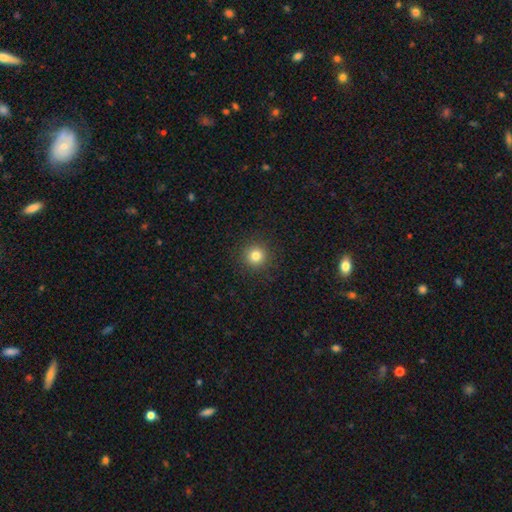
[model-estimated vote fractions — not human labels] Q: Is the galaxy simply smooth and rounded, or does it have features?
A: smooth — 81%.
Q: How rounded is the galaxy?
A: round — 95%.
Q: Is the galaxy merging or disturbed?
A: none — 91%.